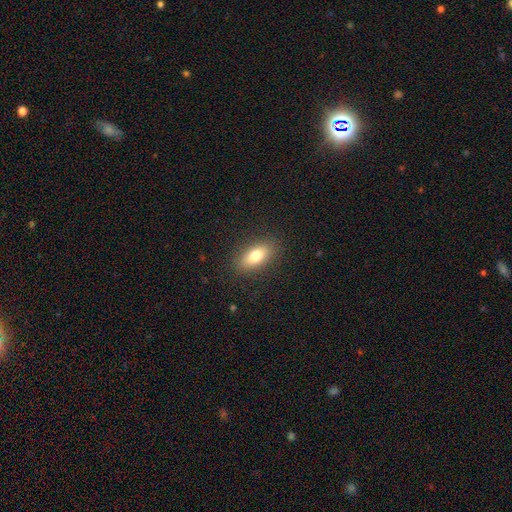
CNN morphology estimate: smooth_or_featured: smooth (p=0.76) [alt: featured or disk p=0.16]
how_rounded: in between (p=0.81) [alt: cigar-shaped p=0.14]
merging: none (p=0.87) [alt: minor disturbance p=0.09]